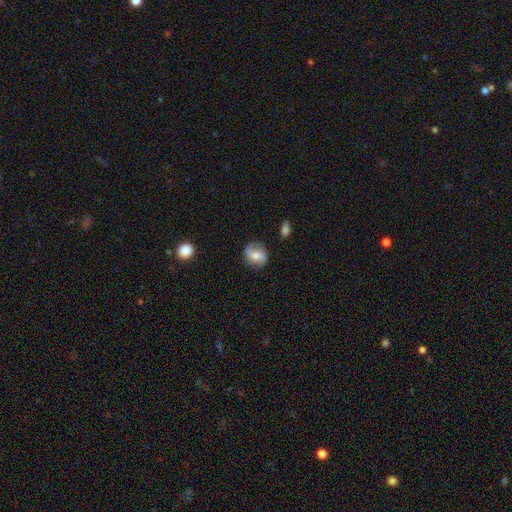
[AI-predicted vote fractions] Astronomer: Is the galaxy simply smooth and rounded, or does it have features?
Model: featured or disk — 52% (runner-up: smooth, 40%).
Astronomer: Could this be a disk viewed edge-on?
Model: no — 96%.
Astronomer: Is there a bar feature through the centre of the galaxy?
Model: weak — 41% (runner-up: no, 39%).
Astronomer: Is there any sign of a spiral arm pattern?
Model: yes — 87%.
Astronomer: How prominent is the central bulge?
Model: moderate — 56% (runner-up: small, 32%).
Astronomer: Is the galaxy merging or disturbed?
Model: none — 78%.